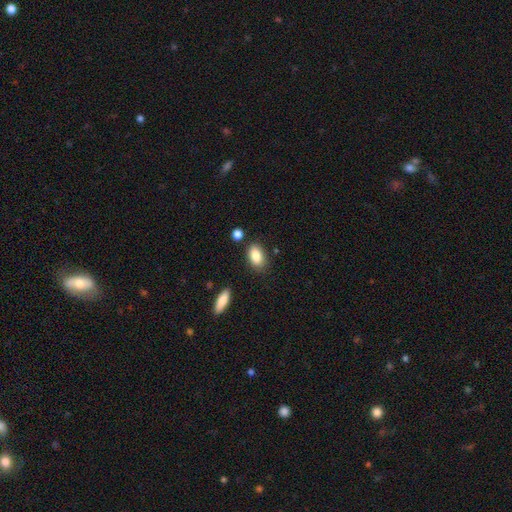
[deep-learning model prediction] smooth-or-featured: smooth: 86% | star or artifact: 7% | featured or disk: 7%
  how-rounded: in between: 90% | round: 7% | cigar-shaped: 3%
  merging: none: 80% | minor disturbance: 13% | merger: 5% | major disturbance: 3%